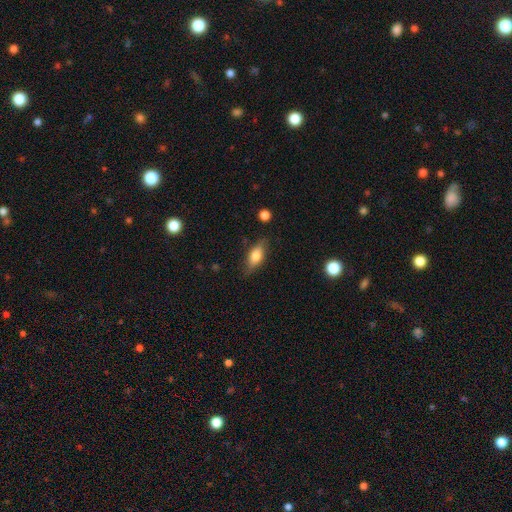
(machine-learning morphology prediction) smooth_or_featured: smooth (p=0.66) [alt: featured or disk p=0.26]
how_rounded: in between (p=0.77) [alt: cigar-shaped p=0.18]
merging: none (p=0.74) [alt: minor disturbance p=0.19]